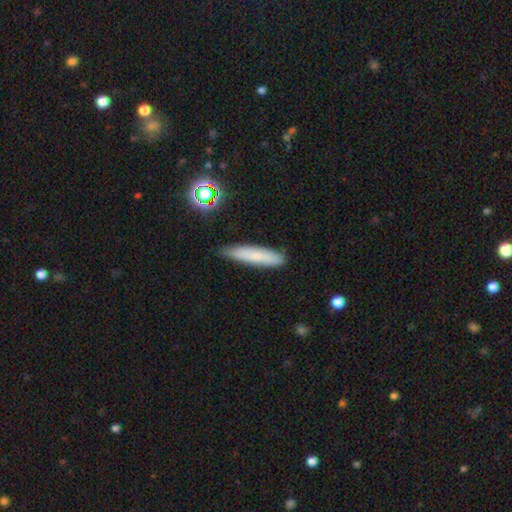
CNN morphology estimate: Q: Smooth or featured?
A: smooth (70%); runner-up: featured or disk (21%)
Q: How rounded?
A: cigar-shaped (87%); runner-up: in between (11%)
Q: Merging?
A: none (81%); runner-up: minor disturbance (15%)